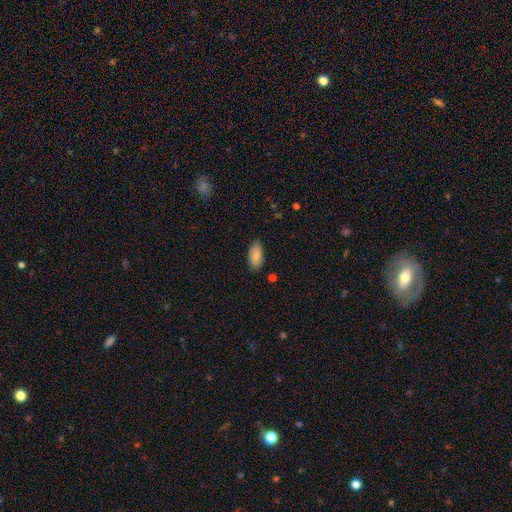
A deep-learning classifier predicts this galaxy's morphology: smooth 81%, featured or disk 12%, star or artifact 7%. Down the decision tree: how rounded — in between (92%); merging — none (79%).